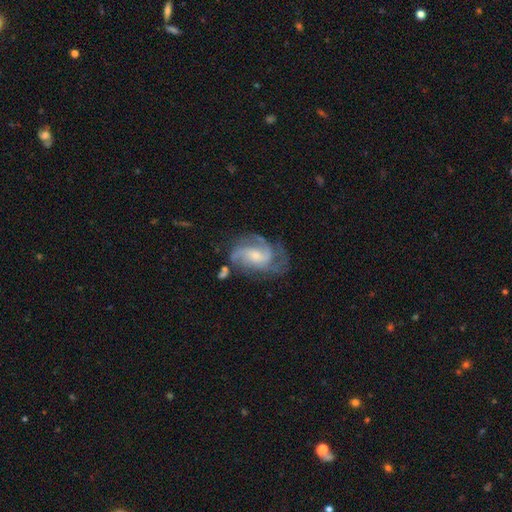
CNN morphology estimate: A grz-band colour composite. It shows a featured or disk galaxy (84%) with no bar (51%), 3 (34%) medium (48%) spiral arms (95%) and a small central bulge (52%). Merging: none (57%).